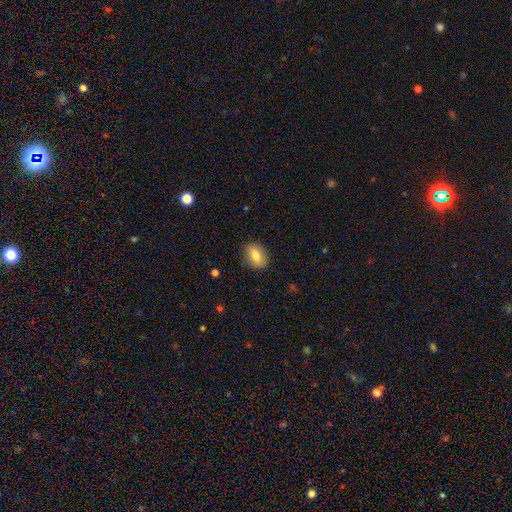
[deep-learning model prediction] A smooth galaxy with no disk features (74%) that is in between round and cigar-shaped (80%).

Vote fractions:
- Smooth or featured? smooth: 74% / featured or disk: 18% / star or artifact: 8%
- How rounded? in between: 80% / round: 18% / cigar-shaped: 2%
- Merging? none: 85% / minor disturbance: 11% / major disturbance: 3% / merger: 1%